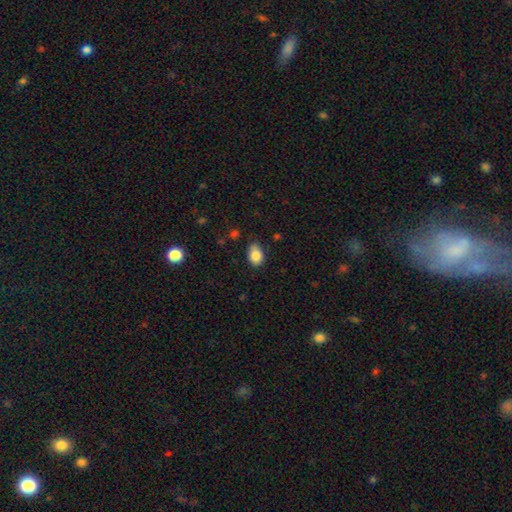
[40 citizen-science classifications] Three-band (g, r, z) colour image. It shows a smooth galaxy with no disk features (92%) that is in between round and cigar-shaped (78%). Merging: none (41%).